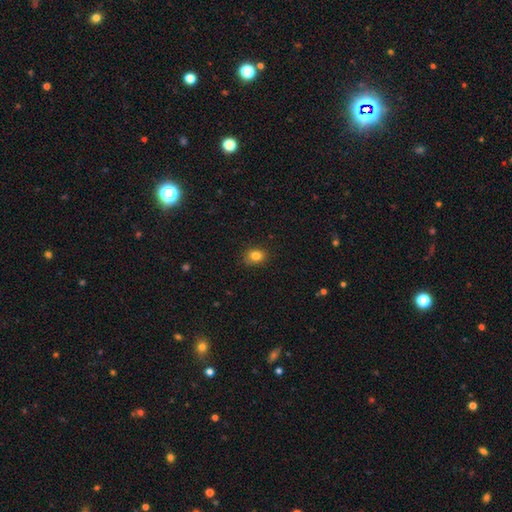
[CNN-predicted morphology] Overall: smooth (83%). How rounded: in between (51%; round 48%). Merging: none (86%).